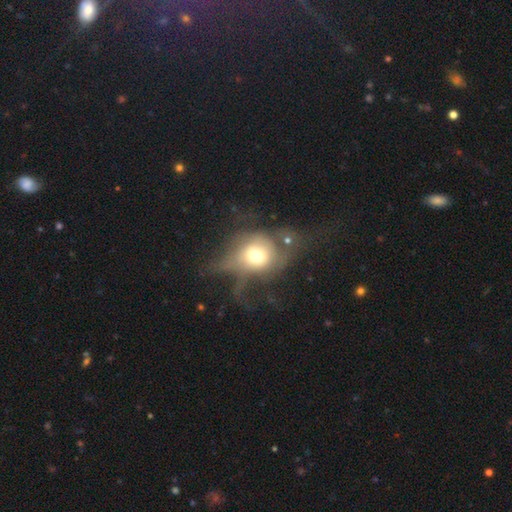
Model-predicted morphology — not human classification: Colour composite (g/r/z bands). It shows a smooth galaxy with no disk features (50%). Merging: major disturbance (54%).